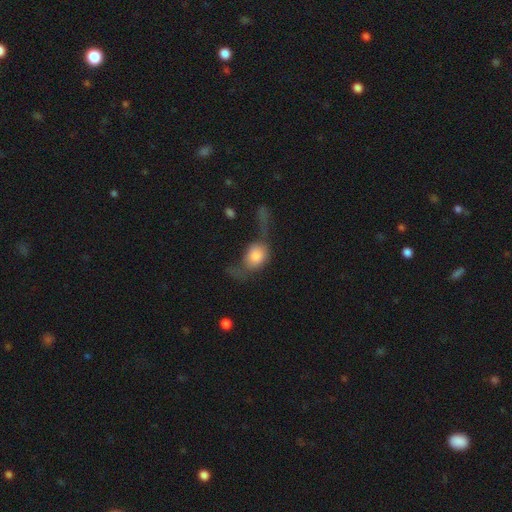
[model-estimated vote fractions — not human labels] Smooth or featured? Predicted: smooth (p=0.64). How rounded? Predicted: in between (p=0.54). Merging? Predicted: major disturbance (p=0.49).